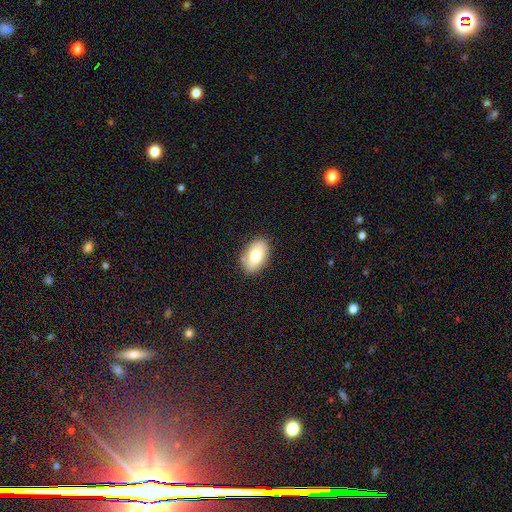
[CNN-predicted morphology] Smooth or featured?
  - smooth: 75% *
  - featured or disk: 17%
  - star or artifact: 8%
How rounded?
  - in between: 91% *
  - round: 8%
  - cigar-shaped: 1%
Merging?
  - none: 86% *
  - minor disturbance: 10%
  - major disturbance: 2%
  - merger: 1%